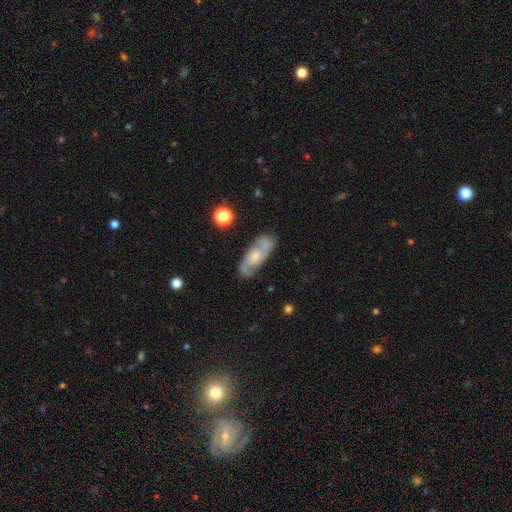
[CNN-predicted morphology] Overall: featured or disk (72%). Edge-on disk: no (90%). Bar: no (61%; weak 32%). Spiral arms: yes (90%). Spiral arm count: 2 (84%). Spiral winding: medium (50%; tight 29%). Bulge size: moderate (42%; small 40%). Merging: none (78%).